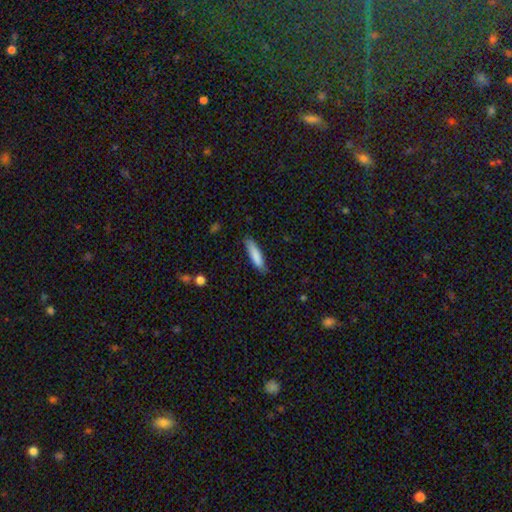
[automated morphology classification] Smooth or featured? Predicted: smooth (p=0.84). How rounded? Predicted: cigar-shaped (p=0.75). Merging? Predicted: none (p=0.80).